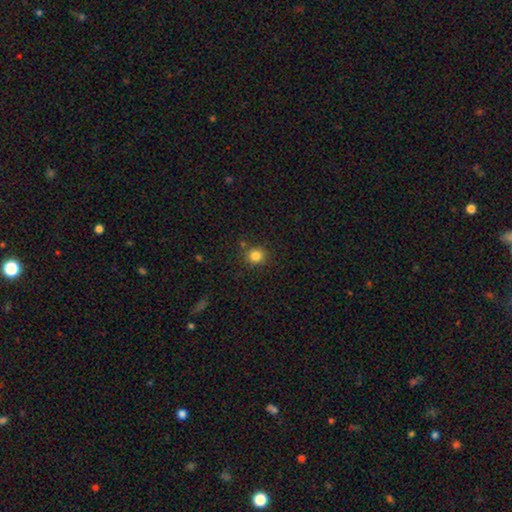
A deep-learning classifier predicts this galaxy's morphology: Smooth or featured? smooth (83%)
How rounded? round (87%)
Merging? none (84%)